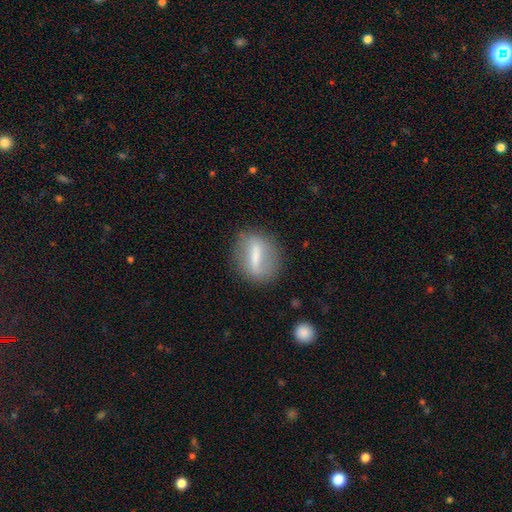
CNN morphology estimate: The model was most divided on "smooth or featured": featured or disk: 48%, smooth: 44%, star or artifact: 9%. More confident: merging — none (79%).